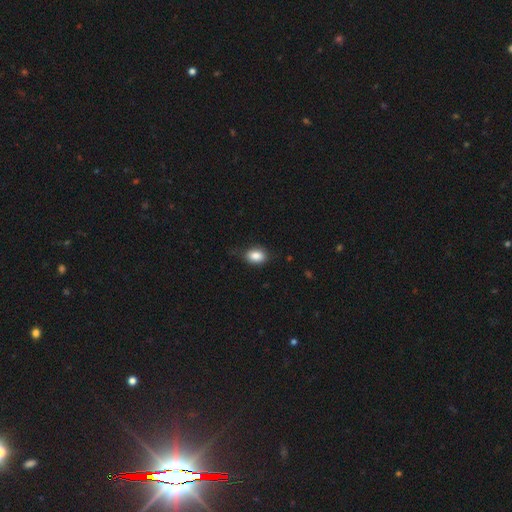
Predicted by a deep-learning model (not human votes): Overall: smooth (86%). How rounded: in between (81%). Merging: none (74%).